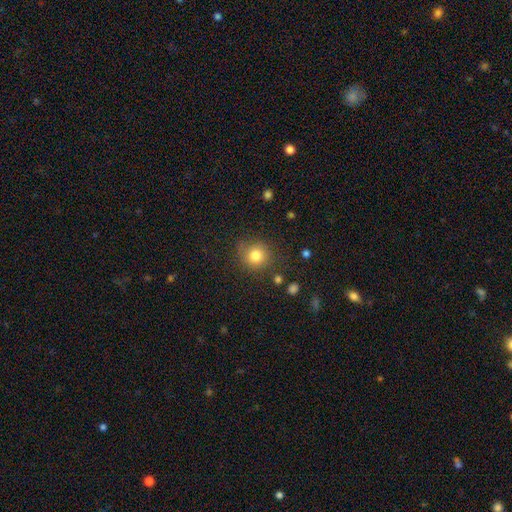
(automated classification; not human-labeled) Morphology: type=smooth (80%); roundness=round (88%); merging=none (79%).